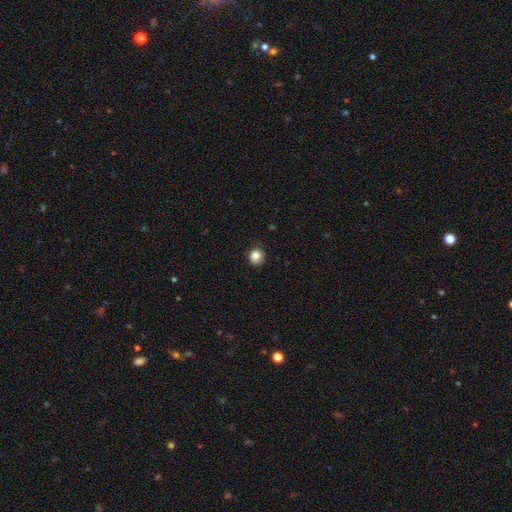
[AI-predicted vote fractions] Smooth or featured: smooth — 85% (star or artifact — 10%)
How rounded: round — 89% (in between — 10%)
Merging: none — 81% (minor disturbance — 15%)